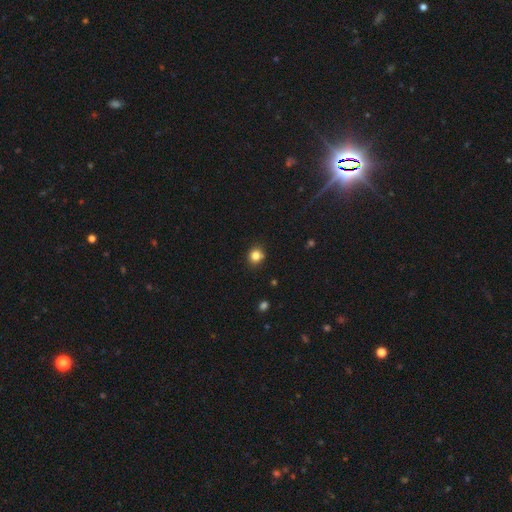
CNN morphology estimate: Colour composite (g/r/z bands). It shows a smooth galaxy with no disk features (82%) that is round (83%). Merging: none (84%).